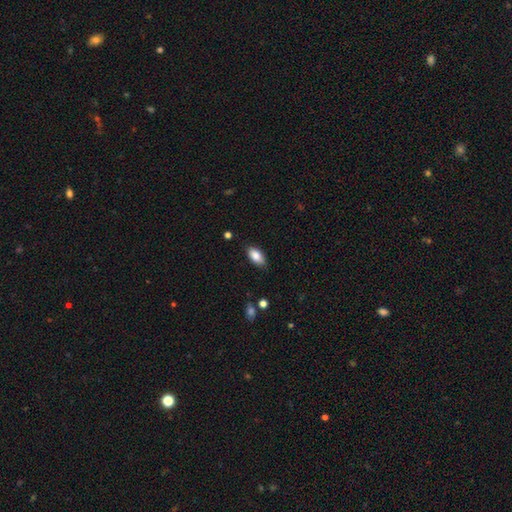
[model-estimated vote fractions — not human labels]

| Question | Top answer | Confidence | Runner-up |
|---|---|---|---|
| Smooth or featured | smooth | 86% | featured or disk (7%) |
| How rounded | in between | 91% | cigar-shaped (6%) |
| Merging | none | 84% | minor disturbance (13%) |